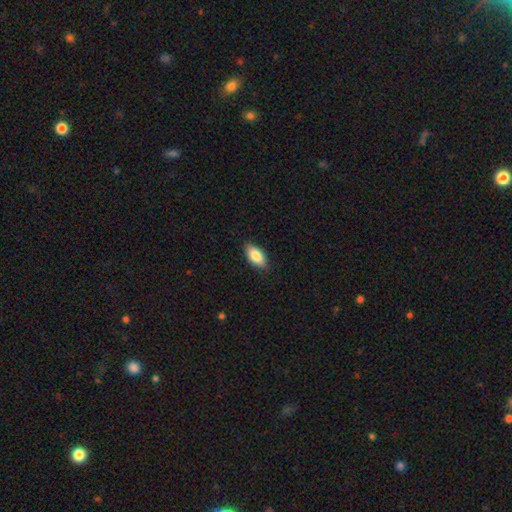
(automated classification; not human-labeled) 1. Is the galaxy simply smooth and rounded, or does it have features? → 84% smooth, 9% featured or disk, 6% star or artifact.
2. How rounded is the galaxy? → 91% in between, 6% cigar-shaped, 3% round.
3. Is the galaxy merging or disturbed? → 87% none, 10% minor disturbance, 2% major disturbance, 1% merger.